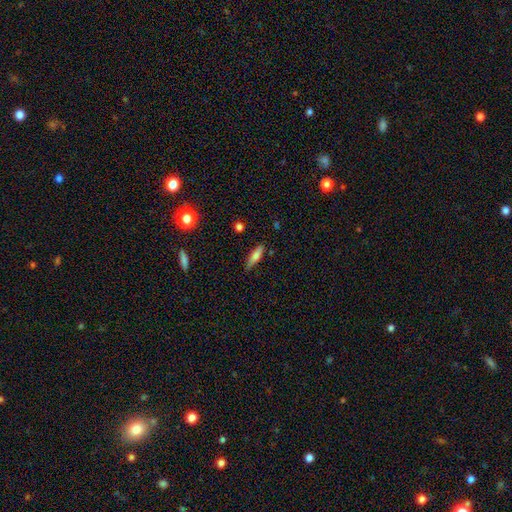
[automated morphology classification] Smooth or featured? Predicted: smooth (p=0.70). How rounded? Predicted: cigar-shaped (p=0.66). Merging? Predicted: none (p=0.78).